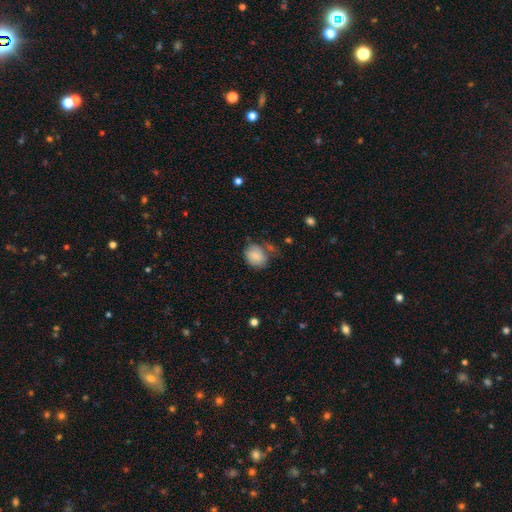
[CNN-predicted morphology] Smooth or featured? Predicted: smooth (p=0.82). How rounded? Predicted: round (p=0.53). Merging? Predicted: none (p=0.53).